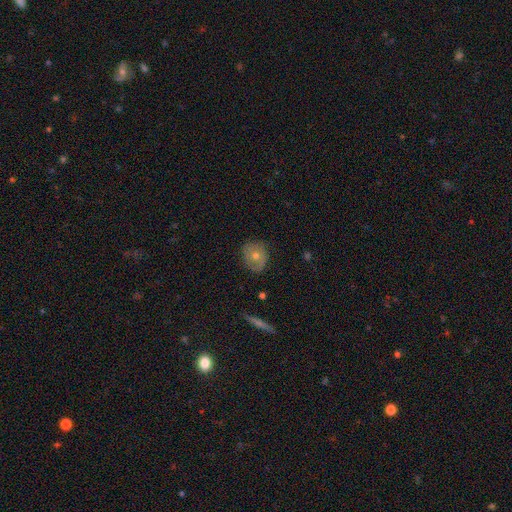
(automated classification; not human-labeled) Smooth or featured: featured or disk — 54% (smooth — 36%)
Edge-on disk: no — 91% (yes — 9%)
Merging: none — 78% (minor disturbance — 16%)